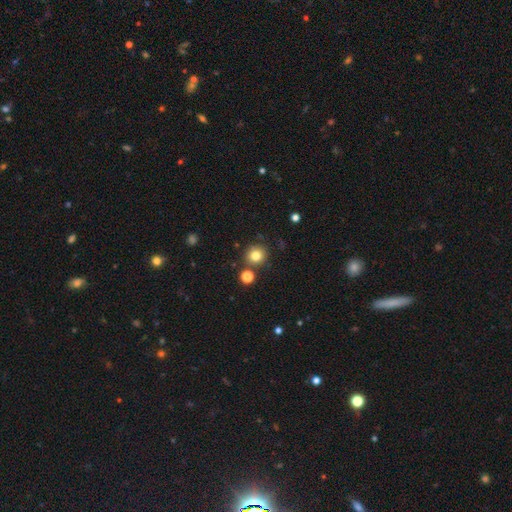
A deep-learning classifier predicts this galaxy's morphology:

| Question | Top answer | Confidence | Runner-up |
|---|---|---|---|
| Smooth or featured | smooth | 81% | star or artifact (13%) |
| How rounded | round | 91% | in between (8%) |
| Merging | none | 82% | minor disturbance (8%) |